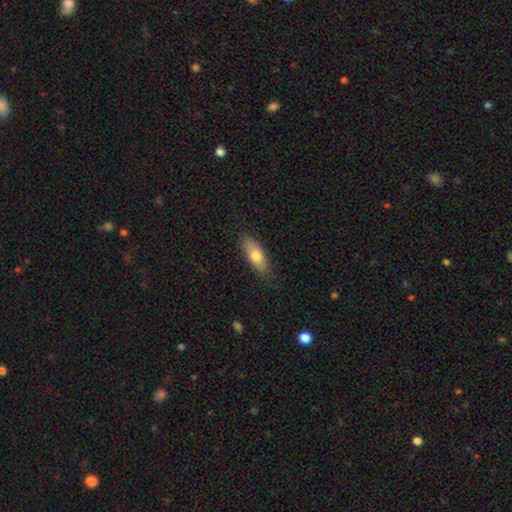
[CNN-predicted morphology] This appears to be a smooth galaxy with no disk features (74%) that is in between round and cigar-shaped (70%). Merging: none (81%).